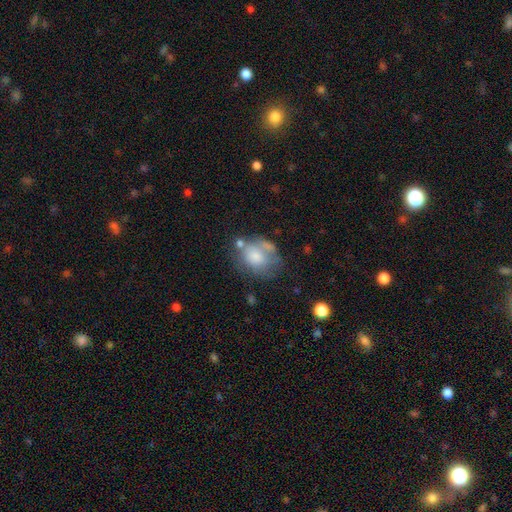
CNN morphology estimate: Smooth or featured? Predicted: smooth (p=0.66). How rounded? Predicted: in between (p=0.54). Merging? Predicted: none (p=0.35).